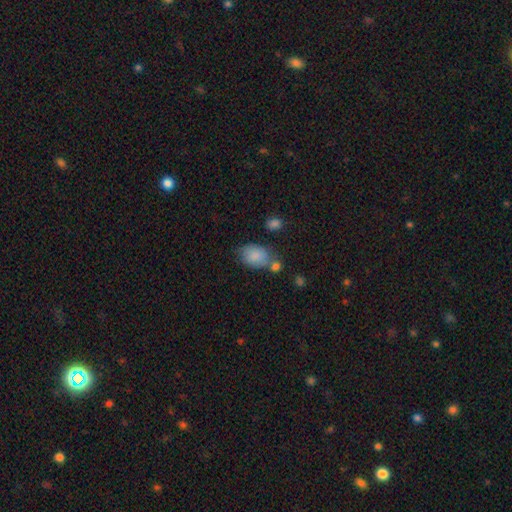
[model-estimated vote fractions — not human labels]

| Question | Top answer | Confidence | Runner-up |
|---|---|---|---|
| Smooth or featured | smooth | 85% | featured or disk (8%) |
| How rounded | in between | 84% | round (15%) |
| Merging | none | 53% | minor disturbance (21%) |